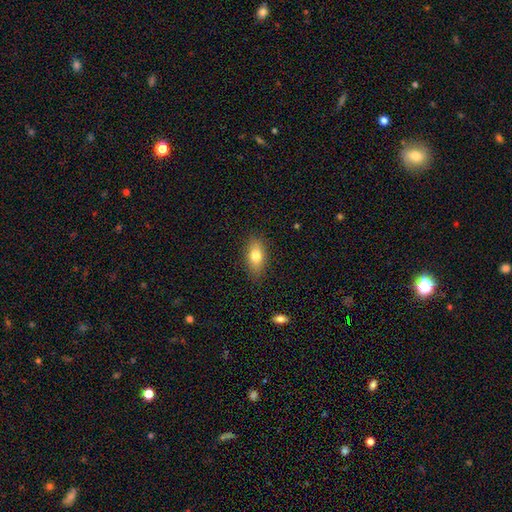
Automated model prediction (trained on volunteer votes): A smooth galaxy with no disk features (78%) that is in between round and cigar-shaped (84%). Merging: none (85%).